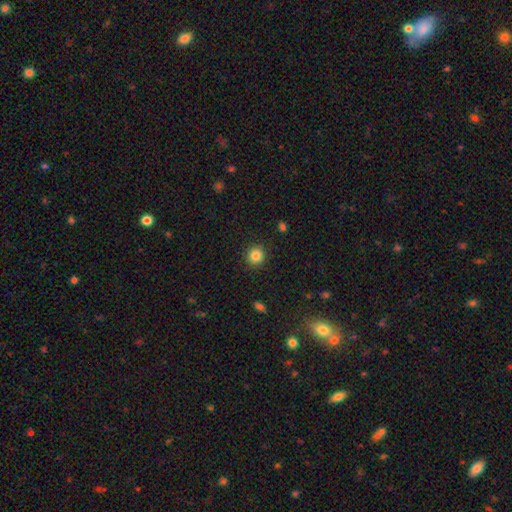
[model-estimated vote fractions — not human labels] A smooth galaxy with no disk features (85%) that is round (90%).

Vote fractions:
- Smooth or featured? smooth: 85% / star or artifact: 11% / featured or disk: 5%
- How rounded? round: 90% / in between: 9% / cigar-shaped: 1%
- Merging? none: 91% / minor disturbance: 6% / major disturbance: 2% / merger: 1%